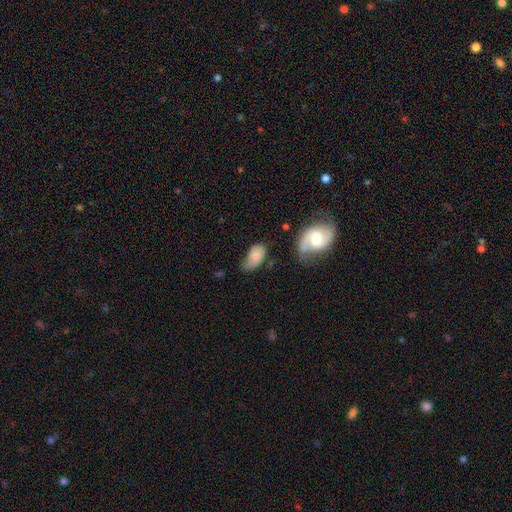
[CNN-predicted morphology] Smooth or featured? smooth (69%)
How rounded? in between (92%)
Merging? minor disturbance (38%)